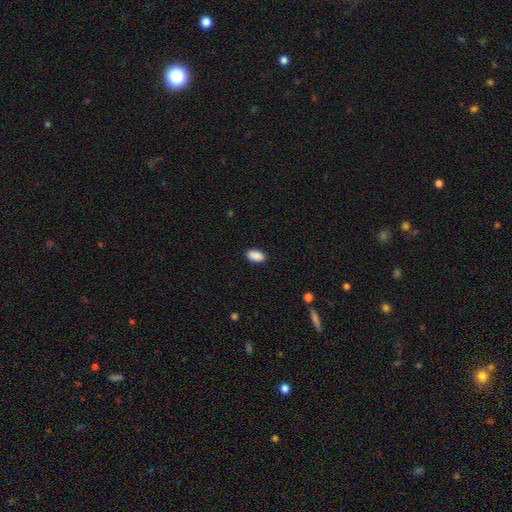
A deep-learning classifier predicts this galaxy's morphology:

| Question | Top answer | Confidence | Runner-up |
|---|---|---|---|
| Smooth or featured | smooth | 90% | star or artifact (7%) |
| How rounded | in between | 94% | round (4%) |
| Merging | none | 89% | minor disturbance (8%) |